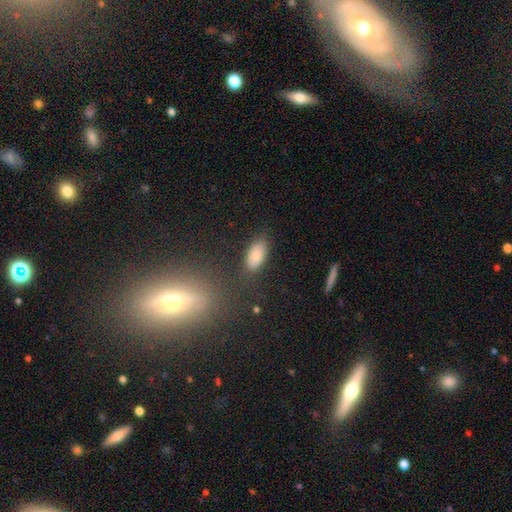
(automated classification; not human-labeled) This appears to be a smooth galaxy with no disk features (86%) that is in between round and cigar-shaped (91%). Merging: none (78%).